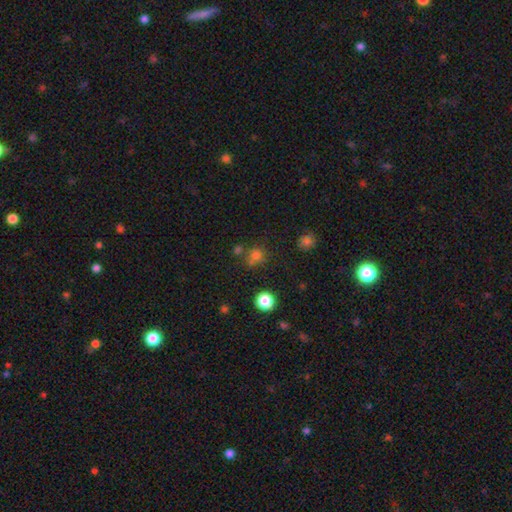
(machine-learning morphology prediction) smooth 71%, star or artifact 22%, featured or disk 7%. Down the decision tree: how rounded — round (80%); merging — none (61%).